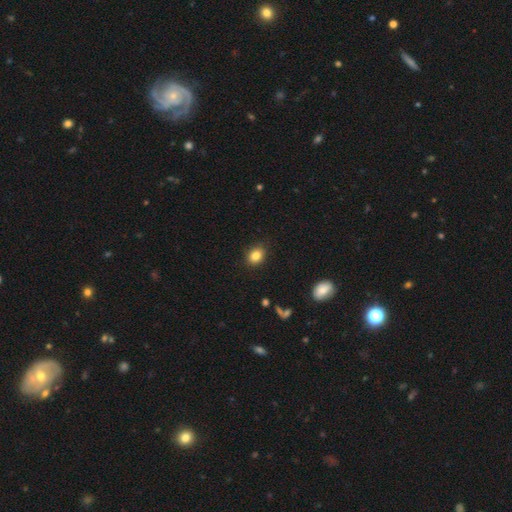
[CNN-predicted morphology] smooth 84%, star or artifact 10%, featured or disk 6%. Down the decision tree: how rounded — in between (50%); merging — none (85%).